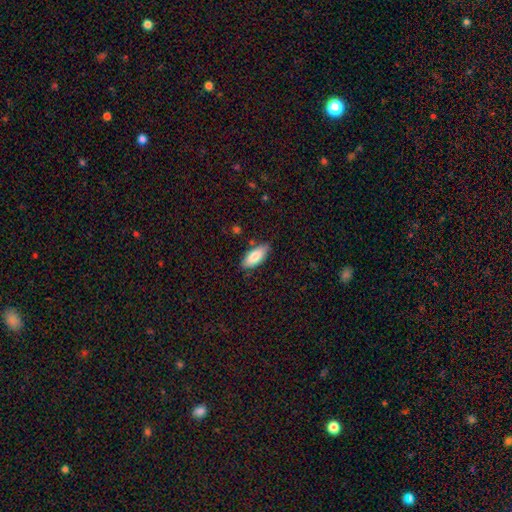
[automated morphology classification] Smooth or featured: smooth — 82% (featured or disk — 12%)
How rounded: in between — 84% (cigar-shaped — 14%)
Merging: none — 79% (minor disturbance — 16%)